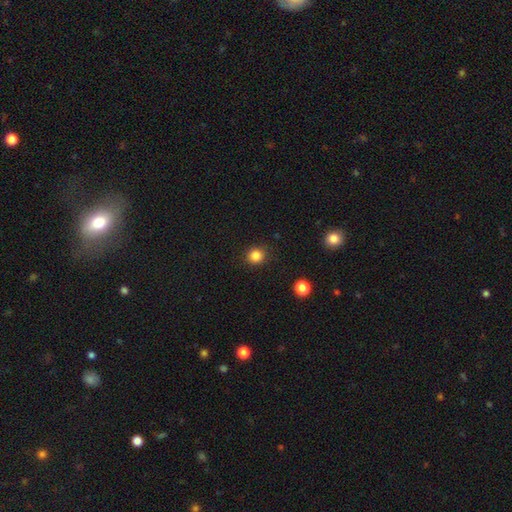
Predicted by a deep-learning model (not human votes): Morphology: type=smooth (84%); roundness=round (90%); merging=none (90%).